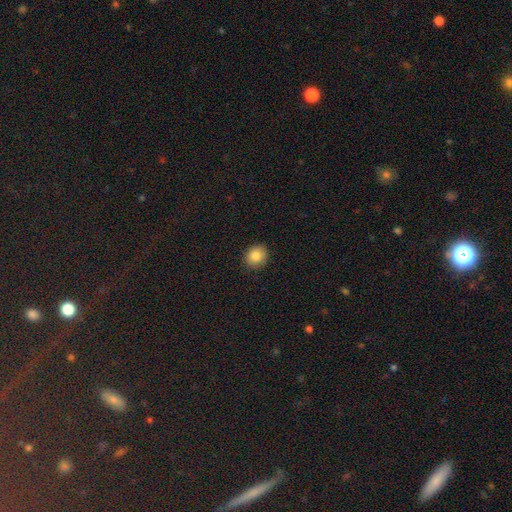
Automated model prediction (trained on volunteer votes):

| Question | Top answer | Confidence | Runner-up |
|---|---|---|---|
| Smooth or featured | smooth | 84% | star or artifact (10%) |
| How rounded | round | 76% | in between (23%) |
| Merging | none | 90% | minor disturbance (7%) |